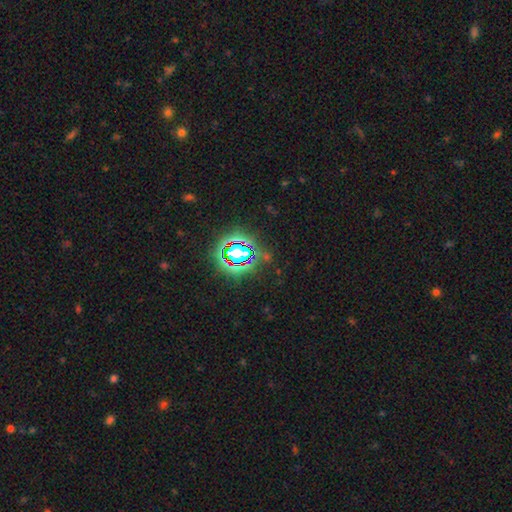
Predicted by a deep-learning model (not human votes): Smooth or featured?
  - star or artifact: 81% *
  - smooth: 11%
  - featured or disk: 8%